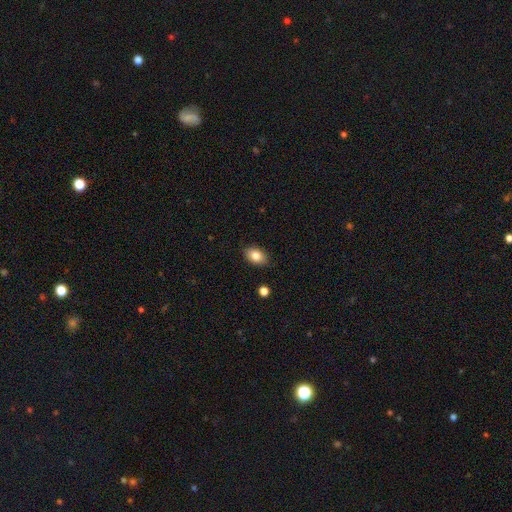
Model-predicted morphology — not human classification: A smooth galaxy with no disk features (82%) that is in between round and cigar-shaped (85%).

Vote fractions:
- Smooth or featured? smooth: 82% / featured or disk: 9% / star or artifact: 8%
- How rounded? in between: 85% / round: 14% / cigar-shaped: 1%
- Merging? none: 87% / minor disturbance: 10% / major disturbance: 2% / merger: 1%